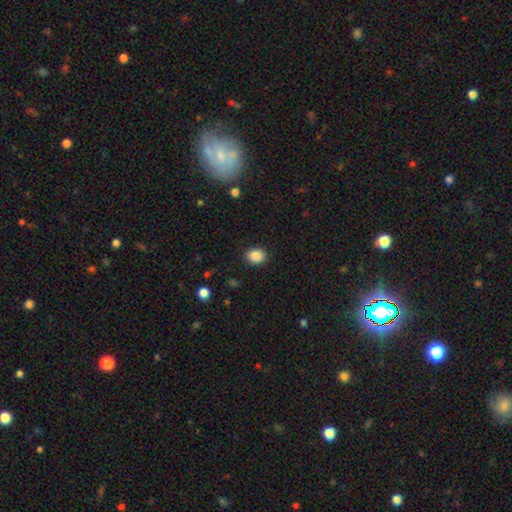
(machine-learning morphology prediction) Smooth or featured?
  - smooth: 88% *
  - star or artifact: 9%
  - featured or disk: 3%
How rounded?
  - in between: 53% *
  - round: 46%
  - cigar-shaped: 1%
Merging?
  - none: 89% *
  - minor disturbance: 8%
  - major disturbance: 2%
  - merger: 1%